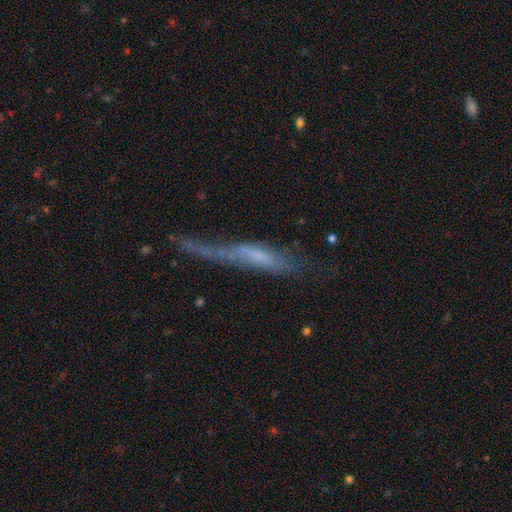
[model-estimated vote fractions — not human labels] smooth_or_featured: featured or disk (p=0.54) [alt: smooth p=0.36]
disk_edge_on: yes (p=0.57) [alt: no p=0.43]
merging: major disturbance (p=0.37) [alt: none p=0.30]